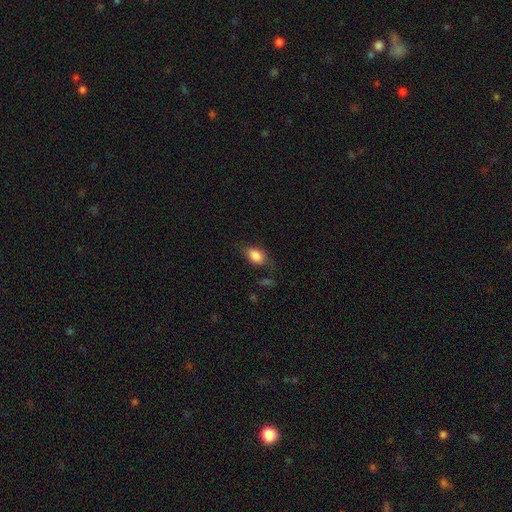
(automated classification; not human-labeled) Overall: smooth (83%). How rounded: in between (83%). Merging: none (66%).